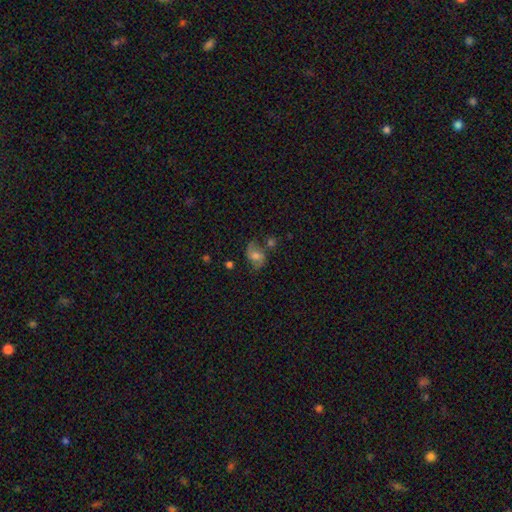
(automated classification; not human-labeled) smooth_or_featured: featured or disk (p=0.50) [alt: smooth p=0.39]
disk_edge_on: no (p=0.96) [alt: yes p=0.04]
merging: none (p=0.60) [alt: minor disturbance p=0.22]